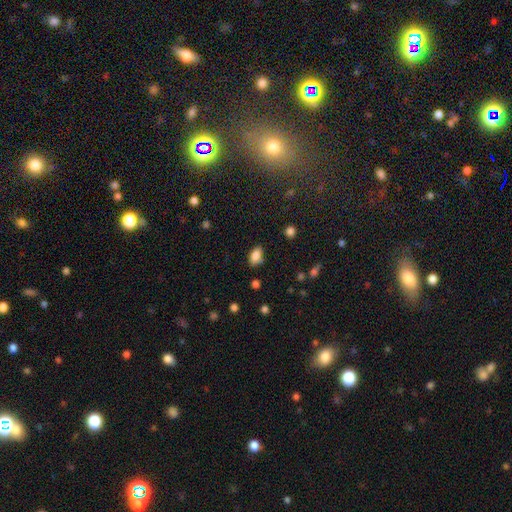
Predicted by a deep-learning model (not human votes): Smooth or featured: smooth — 85% (star or artifact — 9%)
How rounded: in between — 89% (round — 8%)
Merging: none — 75% (minor disturbance — 17%)